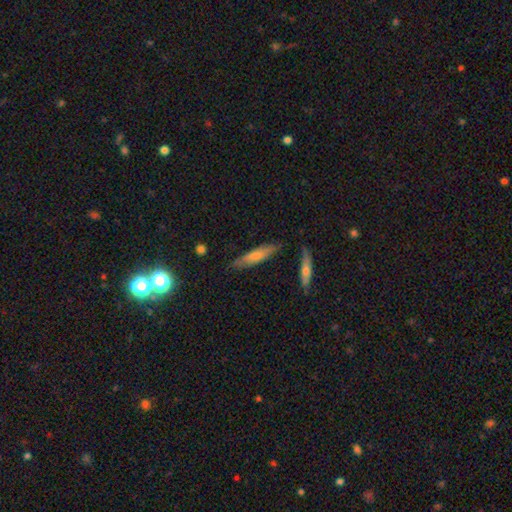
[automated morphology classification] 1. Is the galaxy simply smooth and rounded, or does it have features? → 62% smooth, 33% featured or disk, 6% star or artifact.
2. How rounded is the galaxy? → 79% cigar-shaped, 19% in between, 2% round.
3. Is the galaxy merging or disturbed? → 78% none, 15% minor disturbance, 4% merger, 3% major disturbance.